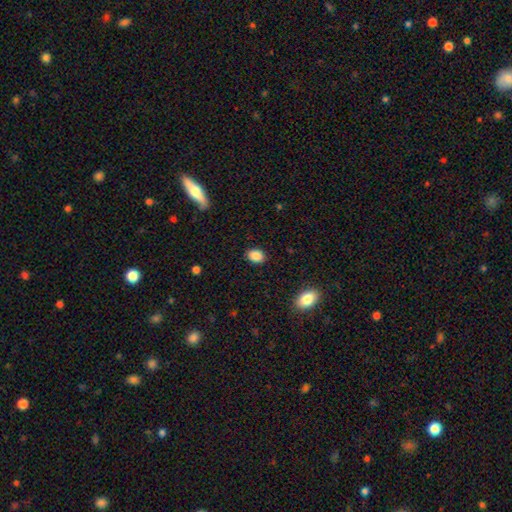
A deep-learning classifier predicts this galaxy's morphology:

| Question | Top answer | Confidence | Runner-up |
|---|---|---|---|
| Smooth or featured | smooth | 87% | star or artifact (9%) |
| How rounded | in between | 67% | round (32%) |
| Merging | none | 89% | minor disturbance (8%) |